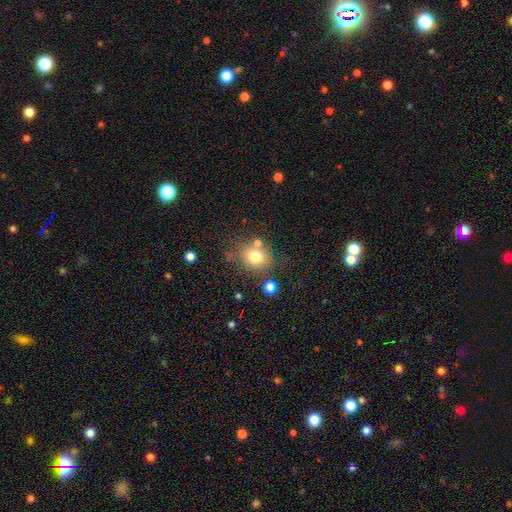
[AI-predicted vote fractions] The model was most divided on "how rounded": round: 70%, in between: 29%, cigar-shaped: 1%. More confident: merging — none (73%); smooth or featured — smooth (72%).